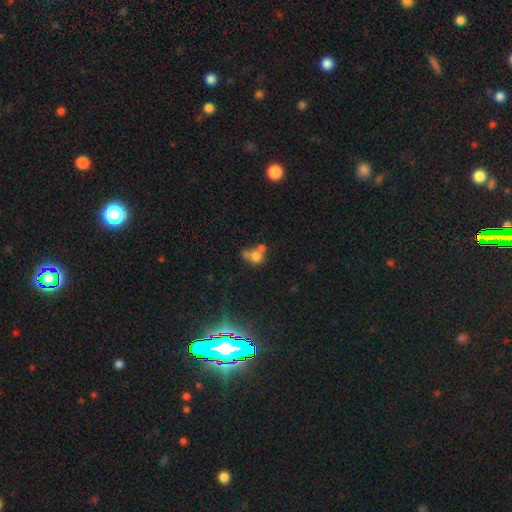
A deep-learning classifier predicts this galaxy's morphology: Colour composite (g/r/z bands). It shows a smooth galaxy with no disk features (65%) that is round (62%). Merging: merger (53%).